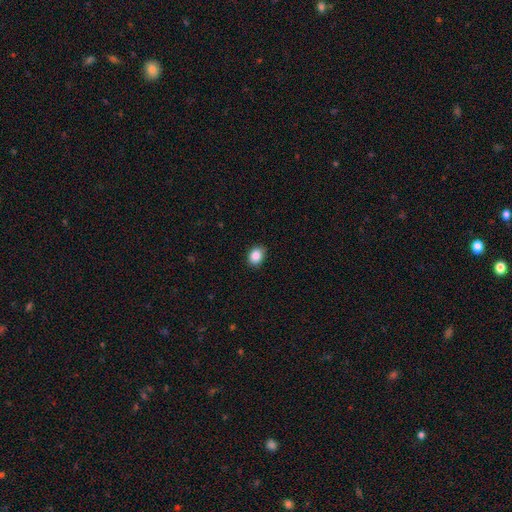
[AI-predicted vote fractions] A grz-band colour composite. It shows a smooth galaxy with no disk features (87%) that is in between round and cigar-shaped (59%). Merging: none (87%).